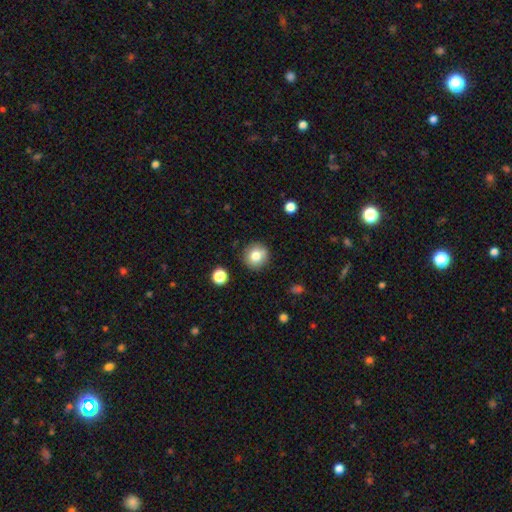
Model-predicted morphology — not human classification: The model was most divided on "smooth or featured": smooth: 79%, featured or disk: 10%, star or artifact: 10%. More confident: how rounded — round (93%); merging — none (87%).